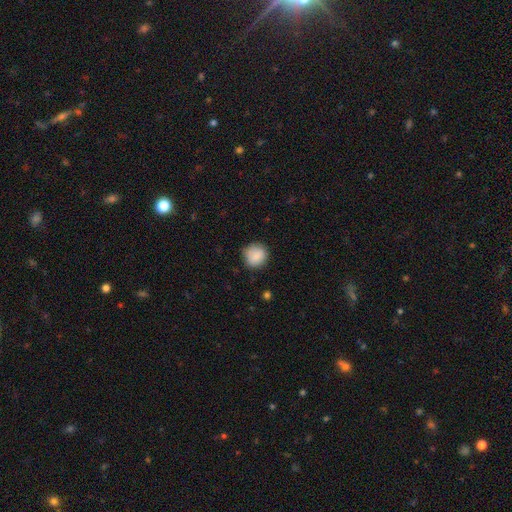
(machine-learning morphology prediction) smooth-or-featured: smooth: 87% | star or artifact: 8% | featured or disk: 5%
  how-rounded: round: 87% | in between: 12% | cigar-shaped: 1%
  merging: none: 79% | minor disturbance: 16% | major disturbance: 3% | merger: 1%